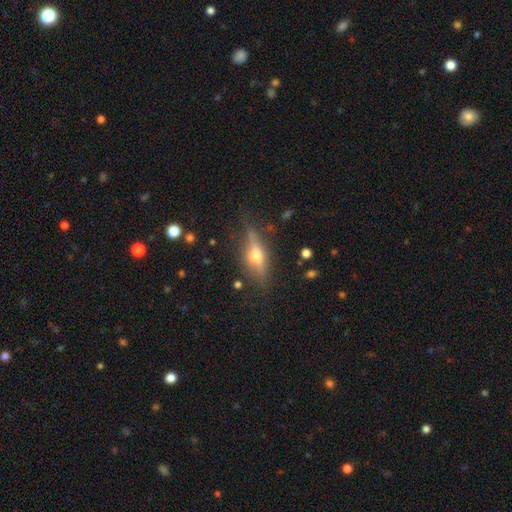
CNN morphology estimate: This is likely a featured or disk galaxy (63%). It is clearly viewed edge-on (92%). Edge-on bulge: clearly rounded (94%). Merging: likely none (79%).